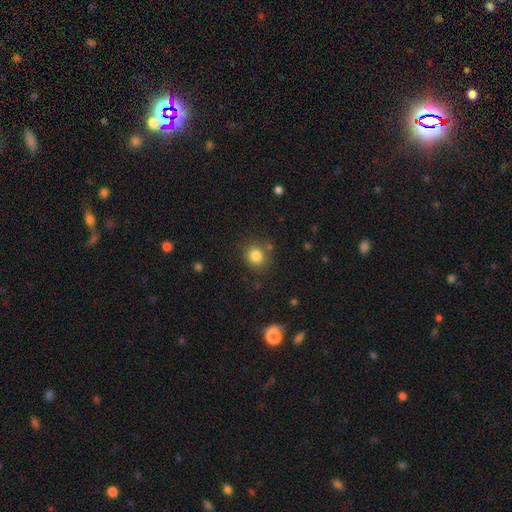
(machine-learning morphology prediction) Smooth or featured?
  - smooth: 82% *
  - star or artifact: 11%
  - featured or disk: 6%
How rounded?
  - round: 81% *
  - in between: 19%
  - cigar-shaped: 1%
Merging?
  - none: 79% *
  - minor disturbance: 11%
  - merger: 6%
  - major disturbance: 4%